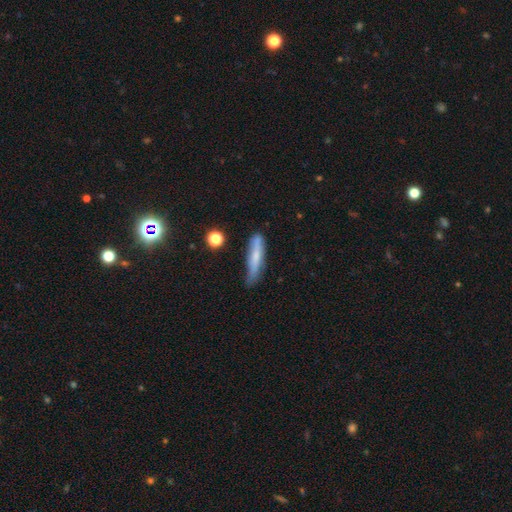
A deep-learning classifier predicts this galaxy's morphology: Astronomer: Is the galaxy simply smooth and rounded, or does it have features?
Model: smooth — 62%.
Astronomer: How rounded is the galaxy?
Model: cigar-shaped — 84%.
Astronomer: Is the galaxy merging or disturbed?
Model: none — 65%.